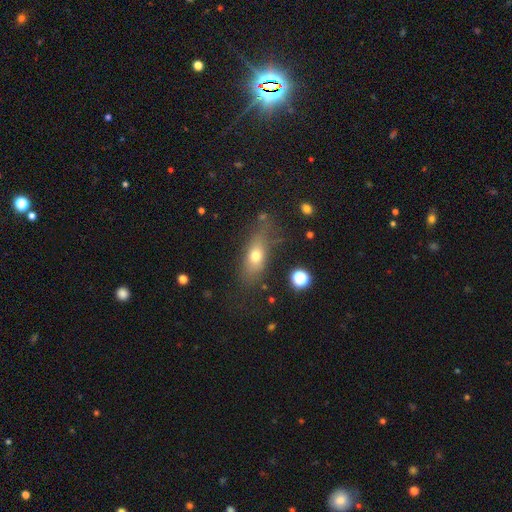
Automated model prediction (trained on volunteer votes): Overall: smooth (68%). How rounded: in between (69%). Merging: none (61%; minor disturbance 22%).